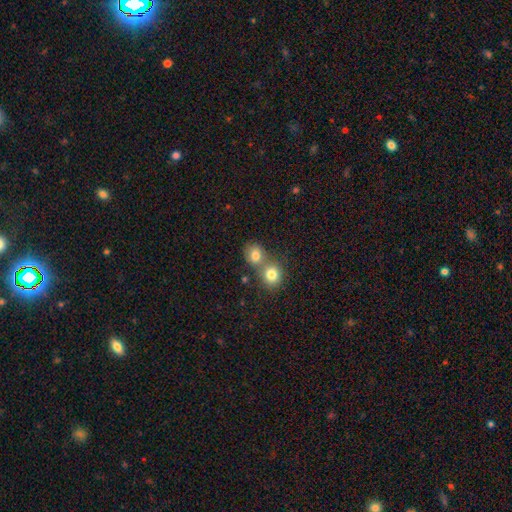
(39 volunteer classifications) This is clearly a smooth galaxy (82%). How rounded: clearly round (81%). Merging: possibly merger (56%).